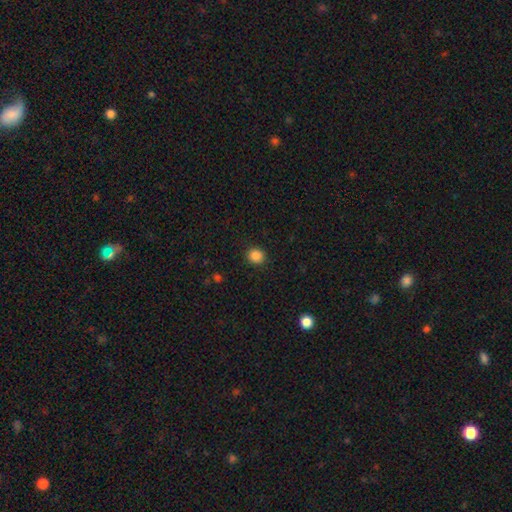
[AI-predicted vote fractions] Q: Smooth or featured?
A: smooth (86%); runner-up: star or artifact (11%)
Q: How rounded?
A: round (85%); runner-up: in between (14%)
Q: Merging?
A: none (91%); runner-up: minor disturbance (6%)